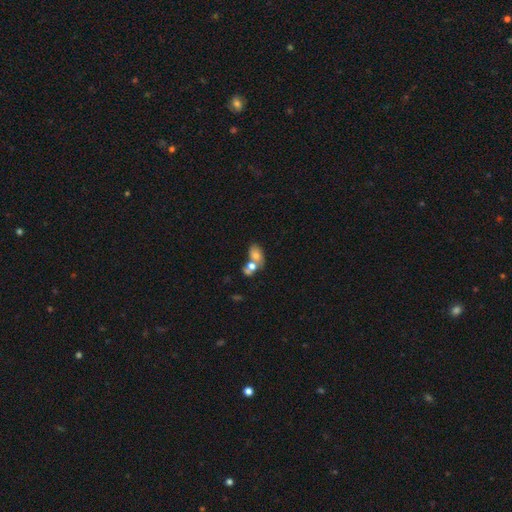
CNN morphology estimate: The model was most divided on "merging": merger: 63%, none: 22%, minor disturbance: 9%, major disturbance: 6%. More confident: how rounded — in between (79%); smooth or featured — smooth (68%).